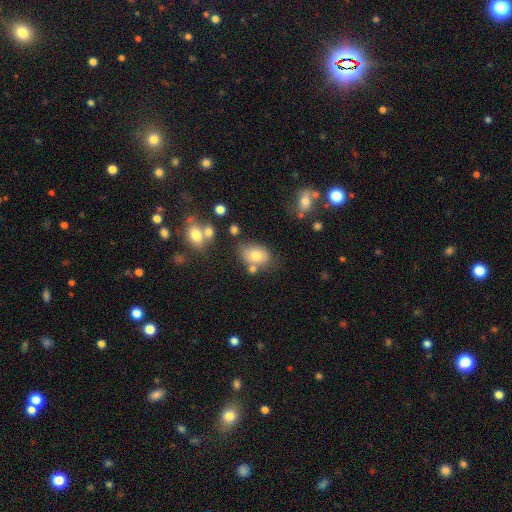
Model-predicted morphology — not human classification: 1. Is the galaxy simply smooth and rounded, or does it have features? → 74% smooth, 16% featured or disk, 10% star or artifact.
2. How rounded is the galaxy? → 78% in between, 21% round, 1% cigar-shaped.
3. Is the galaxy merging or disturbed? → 61% none, 18% minor disturbance, 15% merger, 5% major disturbance.